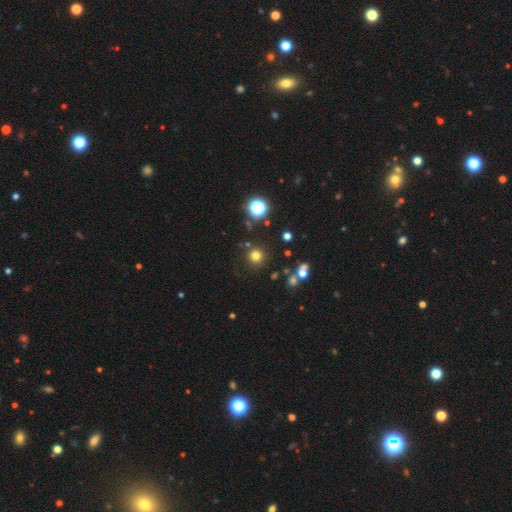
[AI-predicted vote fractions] smooth-or-featured: smooth: 74% | star or artifact: 20% | featured or disk: 6%
  how-rounded: round: 95% | in between: 4% | cigar-shaped: 1%
  merging: none: 85% | minor disturbance: 7% | merger: 4% | major disturbance: 3%